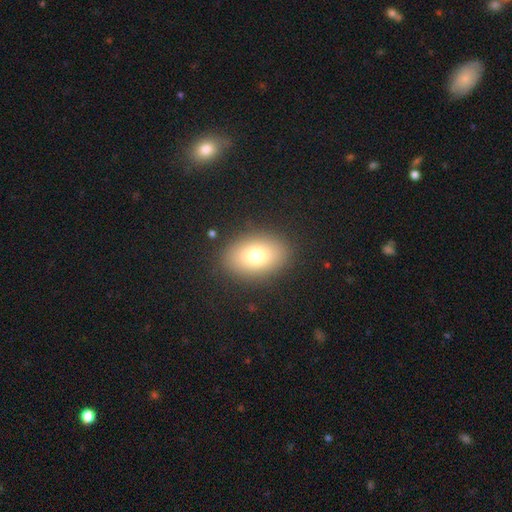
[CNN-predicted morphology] smooth 77%, featured or disk 13%, star or artifact 10%. Down the decision tree: how rounded — in between (81%); merging — none (87%).